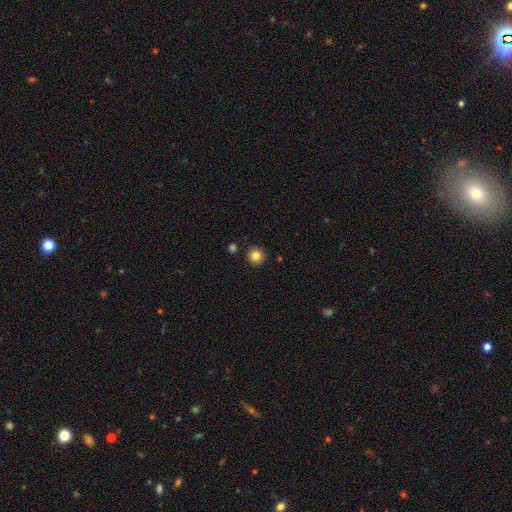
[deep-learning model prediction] Smooth or featured: smooth — 83% (star or artifact — 11%)
How rounded: round — 95% (in between — 4%)
Merging: none — 90% (minor disturbance — 6%)